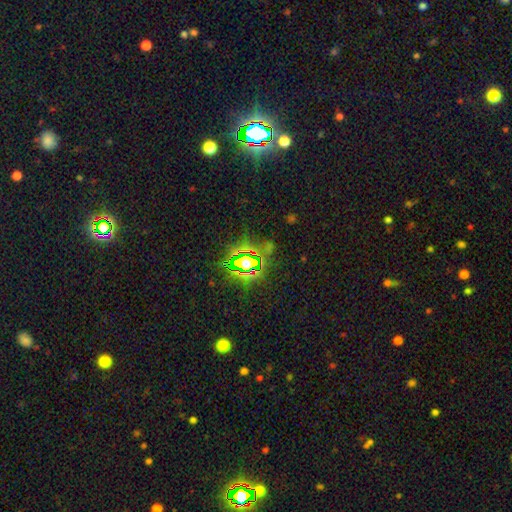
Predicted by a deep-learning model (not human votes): smooth_or_featured: star or artifact (p=0.79) [alt: smooth p=0.13]